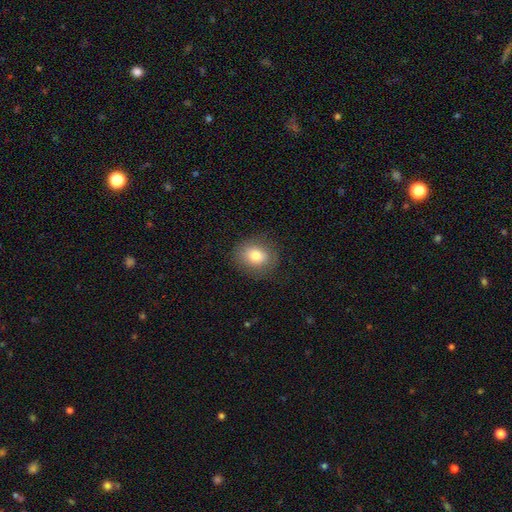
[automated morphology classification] smooth 80%, featured or disk 11%, star or artifact 9%. Down the decision tree: how rounded — round (56%); merging — none (84%).